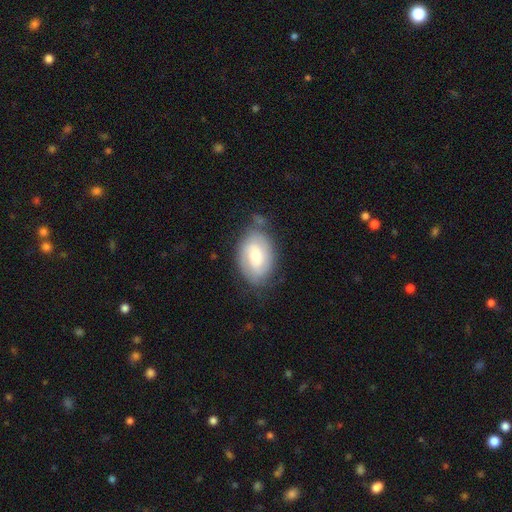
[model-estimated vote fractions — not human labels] smooth-or-featured: featured or disk: 48% | smooth: 46% | star or artifact: 7%
  merging: none: 68% | minor disturbance: 21% | major disturbance: 6% | merger: 4%